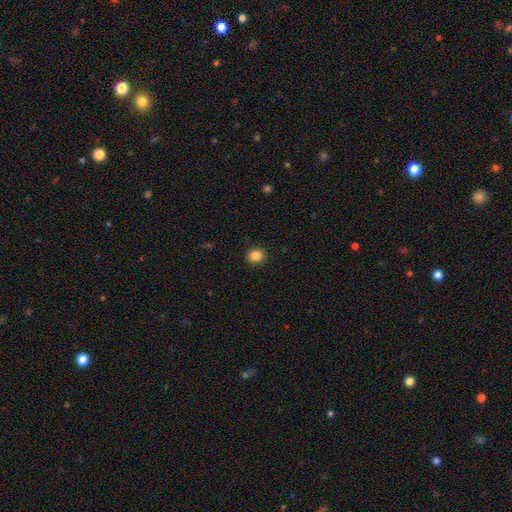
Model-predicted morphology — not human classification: Overall: smooth (86%). How rounded: round (78%). Merging: none (92%).